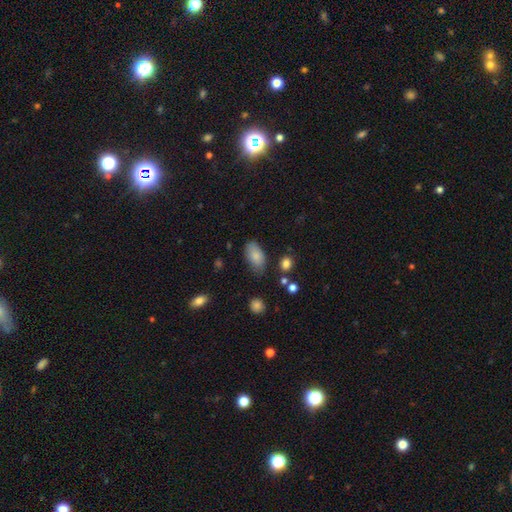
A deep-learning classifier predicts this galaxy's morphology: Smooth or featured? Predicted: smooth (p=0.83). How rounded? Predicted: in between (p=0.93). Merging? Predicted: none (p=0.69).